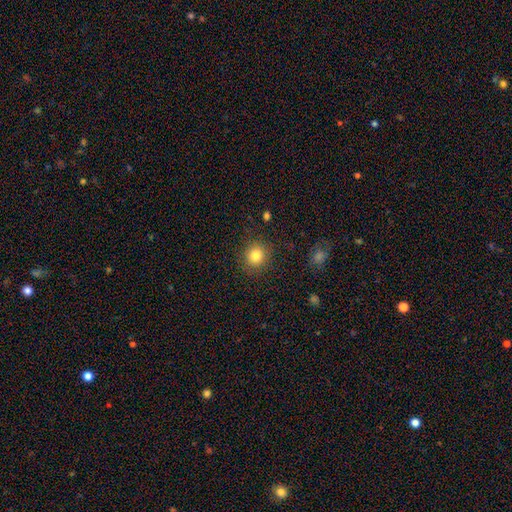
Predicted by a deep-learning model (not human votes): Overall: smooth (82%). How rounded: round (89%). Merging: none (88%).